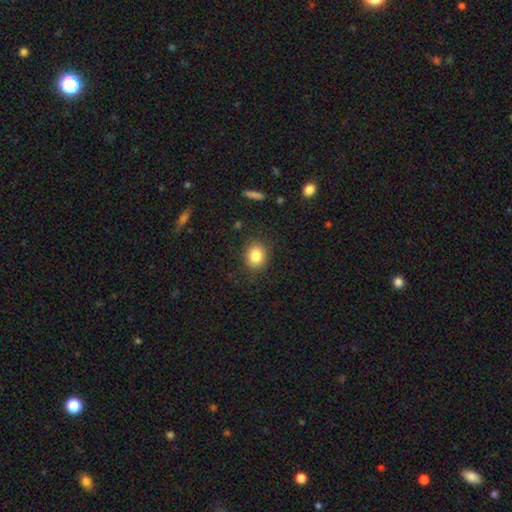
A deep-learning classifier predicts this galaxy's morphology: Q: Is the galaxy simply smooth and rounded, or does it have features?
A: smooth — 84%.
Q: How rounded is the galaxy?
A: round — 61%.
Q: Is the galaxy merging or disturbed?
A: none — 85%.